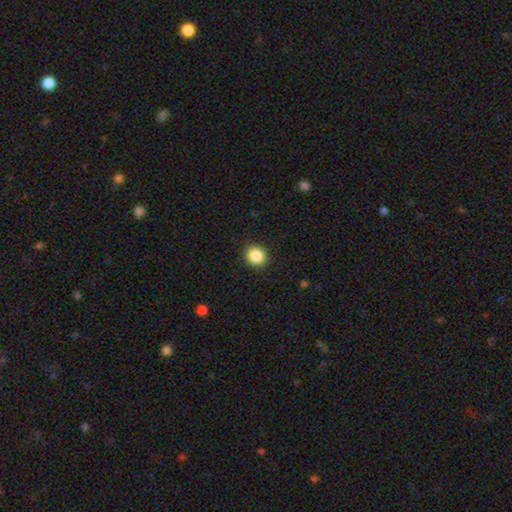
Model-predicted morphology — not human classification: smooth 86%, star or artifact 10%, featured or disk 4%. Down the decision tree: how rounded — round (86%); merging — none (92%).